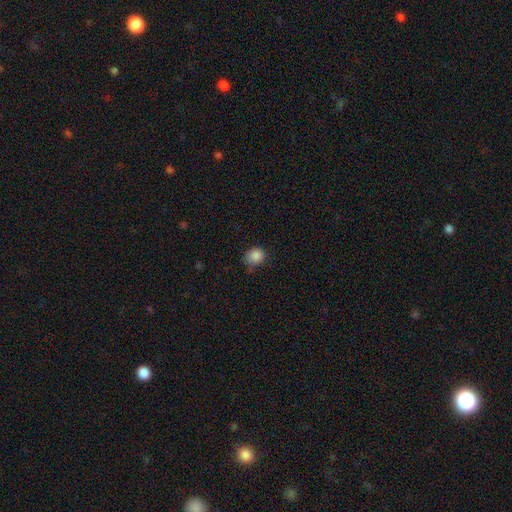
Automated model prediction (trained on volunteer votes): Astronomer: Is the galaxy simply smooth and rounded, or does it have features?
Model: smooth — 86%.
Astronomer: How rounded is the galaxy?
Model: round — 75%.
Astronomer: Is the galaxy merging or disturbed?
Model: none — 68%.